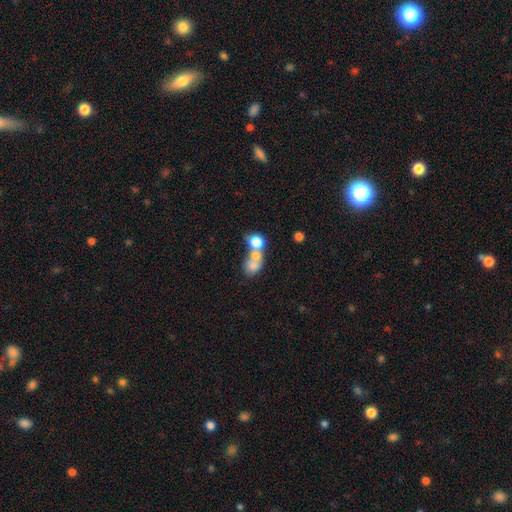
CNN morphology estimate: Overall: smooth (66%). How rounded: round (56%; in between 42%). Merging: merger (67%).